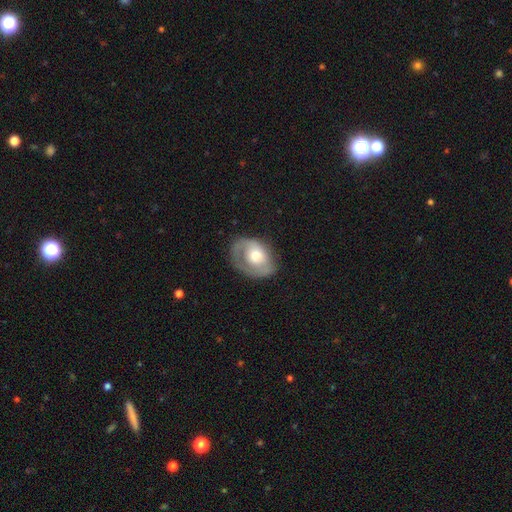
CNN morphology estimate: This is possibly a featured or disk galaxy (52%). It is clearly not viewed edge-on (95%). Merging: possibly none (52%).